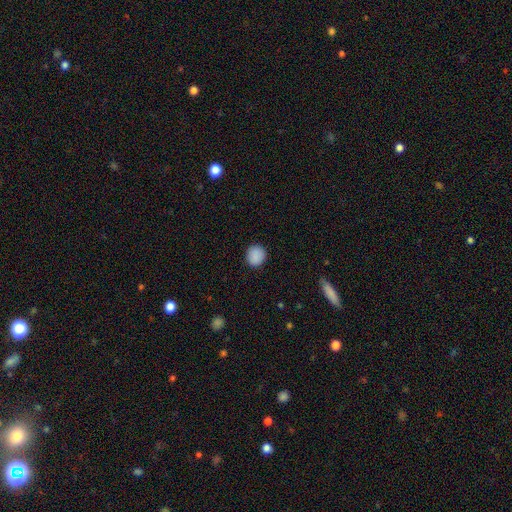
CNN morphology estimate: smooth_or_featured: smooth (p=0.89) [alt: star or artifact p=0.08]
how_rounded: round (p=0.87) [alt: in between p=0.12]
merging: none (p=0.90) [alt: minor disturbance p=0.07]